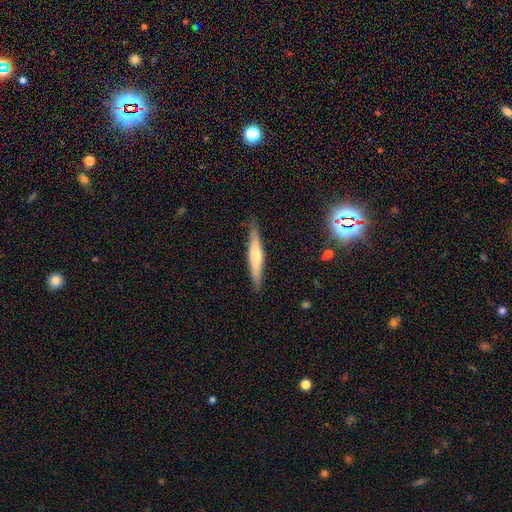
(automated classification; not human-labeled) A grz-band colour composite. It shows a smooth galaxy with no disk features (48%). Merging: none (88%).